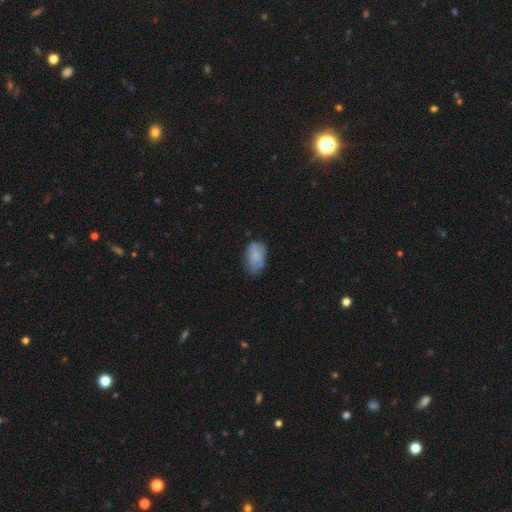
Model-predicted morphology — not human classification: Smooth or featured?
  - smooth: 75% *
  - featured or disk: 17%
  - star or artifact: 8%
How rounded?
  - in between: 90% *
  - round: 9%
  - cigar-shaped: 1%
Merging?
  - none: 59% *
  - minor disturbance: 31%
  - major disturbance: 9%
  - merger: 2%